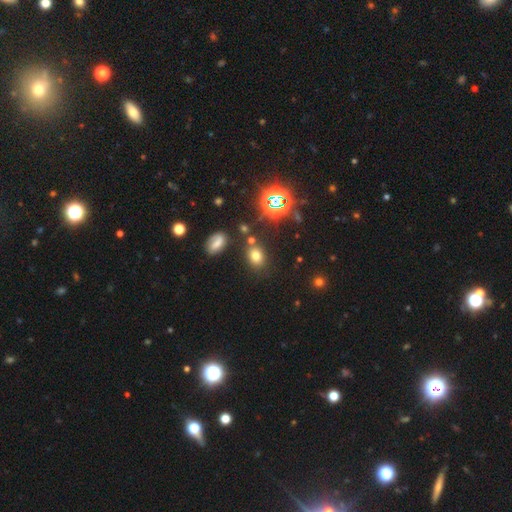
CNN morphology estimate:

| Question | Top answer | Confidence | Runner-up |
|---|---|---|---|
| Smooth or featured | smooth | 65% | star or artifact (24%) |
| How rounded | in between | 62% | round (36%) |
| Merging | none | 79% | minor disturbance (11%) |